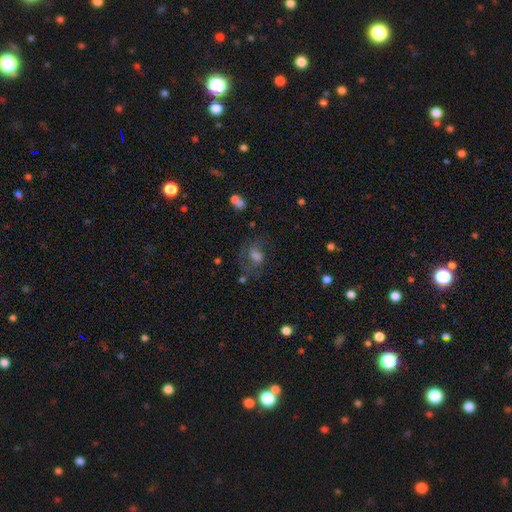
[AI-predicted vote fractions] Smooth or featured: featured or disk — 42% (smooth — 37%)
Merging: none — 51% (major disturbance — 25%)